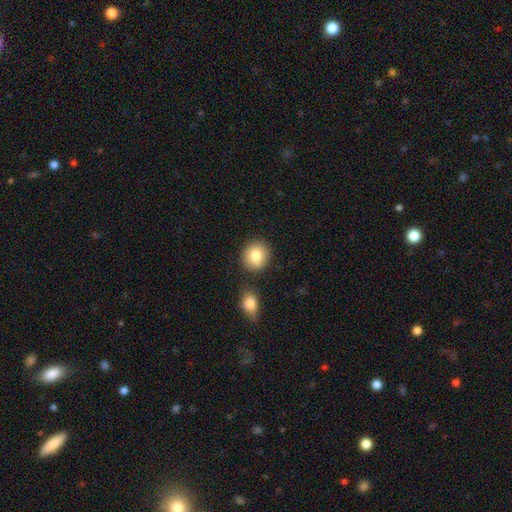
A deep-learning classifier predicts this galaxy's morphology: smooth_or_featured: smooth (p=0.83) [alt: featured or disk p=0.09]
how_rounded: round (p=0.84) [alt: in between p=0.15]
merging: none (p=0.79) [alt: merger p=0.10]